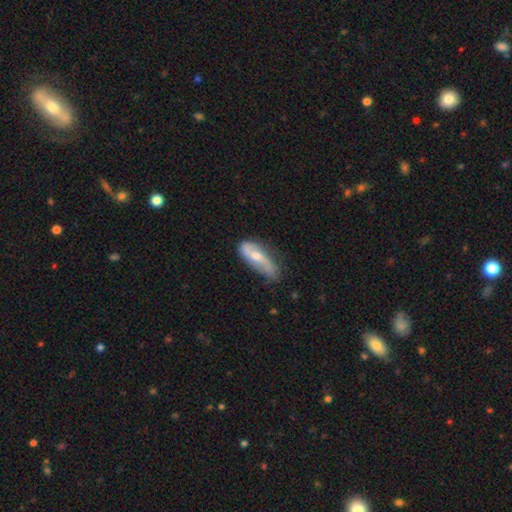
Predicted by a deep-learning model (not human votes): The model was most divided on "merging": none: 54%, minor disturbance: 33%, major disturbance: 10%, merger: 3%. More confident: edge-on disk — no (81%); smooth or featured — featured or disk (61%).